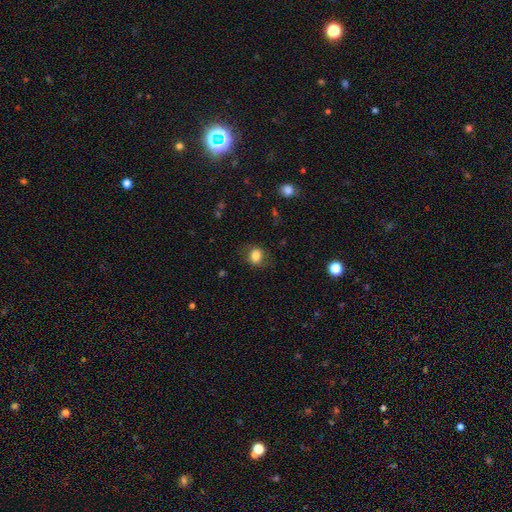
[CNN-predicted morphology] Overall: smooth (82%). How rounded: round (57%; in between 42%). Merging: none (75%).